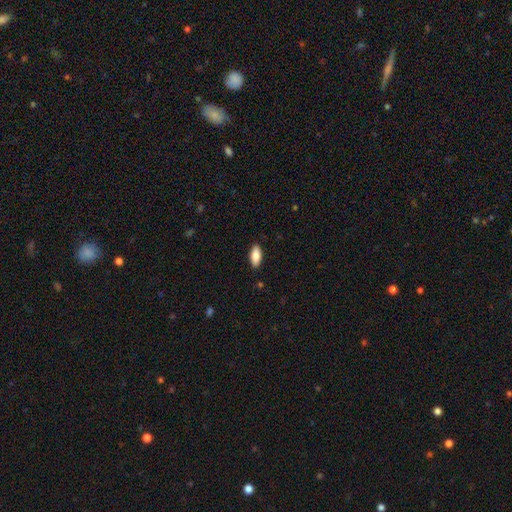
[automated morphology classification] Smooth or featured? smooth (83%)
How rounded? in between (87%)
Merging? none (89%)